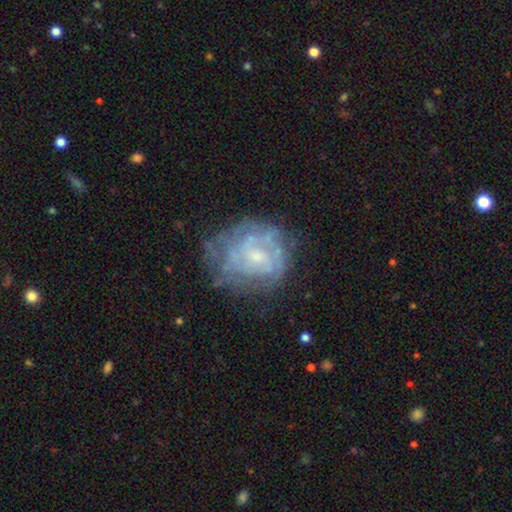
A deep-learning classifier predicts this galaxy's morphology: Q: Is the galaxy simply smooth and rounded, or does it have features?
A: featured or disk — 73%.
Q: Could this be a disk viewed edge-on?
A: no — 98%.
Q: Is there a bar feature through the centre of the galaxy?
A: no — 62%.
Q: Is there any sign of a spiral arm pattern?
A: yes — 67%.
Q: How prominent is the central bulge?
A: small — 55%.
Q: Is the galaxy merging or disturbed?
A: none — 60%.